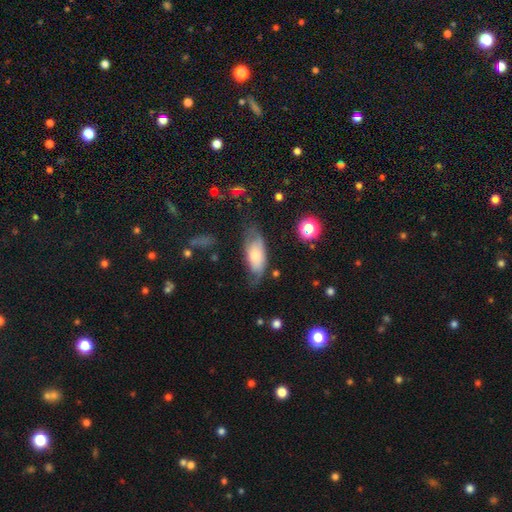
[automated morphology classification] Smooth or featured?
  - smooth: 61% *
  - featured or disk: 31%
  - star or artifact: 8%
How rounded?
  - in between: 86% *
  - cigar-shaped: 12%
  - round: 3%
Merging?
  - none: 48% *
  - minor disturbance: 32%
  - major disturbance: 17%
  - merger: 3%